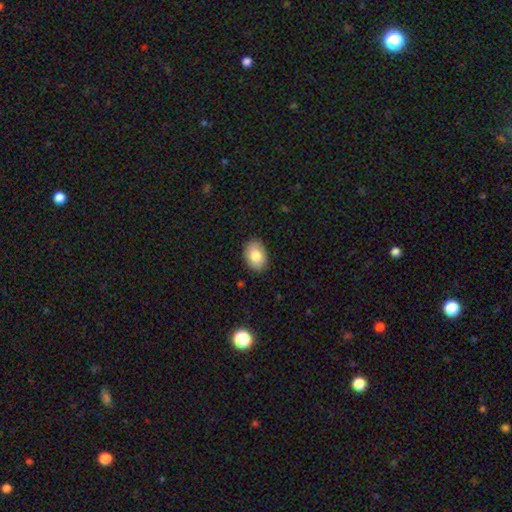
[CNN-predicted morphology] The model was most divided on "how rounded": in between: 81%, round: 18%, cigar-shaped: 1%. More confident: merging — none (88%); smooth or featured — smooth (81%).